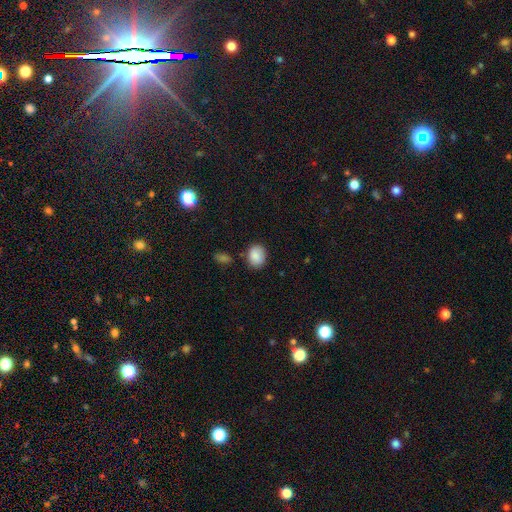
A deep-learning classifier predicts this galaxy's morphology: smooth 87%, star or artifact 8%, featured or disk 5%. Down the decision tree: how rounded — in between (50%); merging — none (79%).